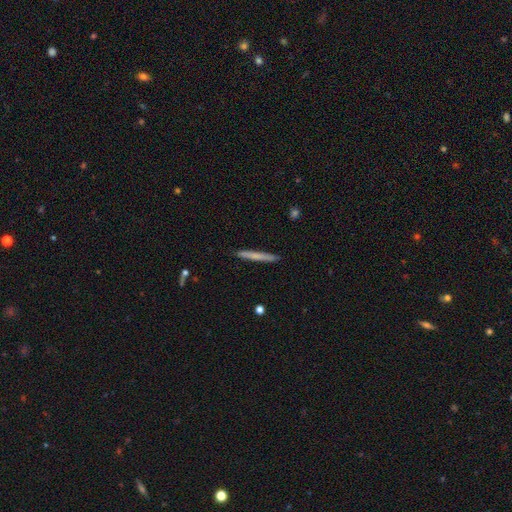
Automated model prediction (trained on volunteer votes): Smooth or featured: smooth — 60% (featured or disk — 34%)
How rounded: cigar-shaped — 97% (in between — 2%)
Merging: none — 91% (minor disturbance — 6%)